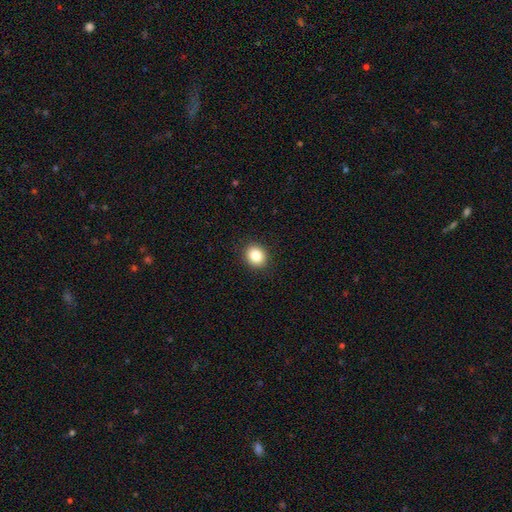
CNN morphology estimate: smooth_or_featured: smooth (p=0.85) [alt: star or artifact p=0.10]
how_rounded: round (p=0.71) [alt: in between p=0.29]
merging: none (p=0.91) [alt: minor disturbance p=0.06]